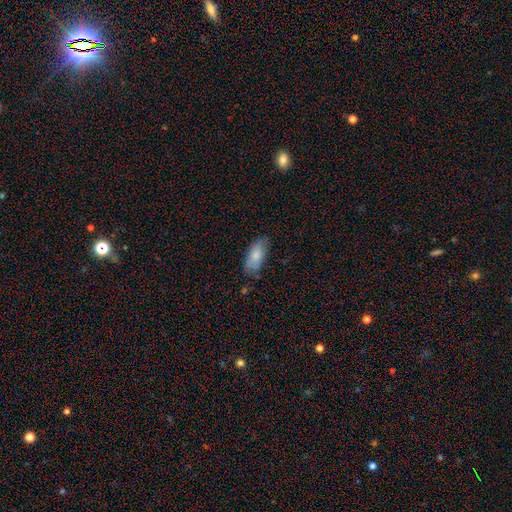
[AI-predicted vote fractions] smooth_or_featured: smooth (p=0.82) [alt: featured or disk p=0.12]
how_rounded: in between (p=0.87) [alt: cigar-shaped p=0.11]
merging: none (p=0.75) [alt: minor disturbance p=0.19]